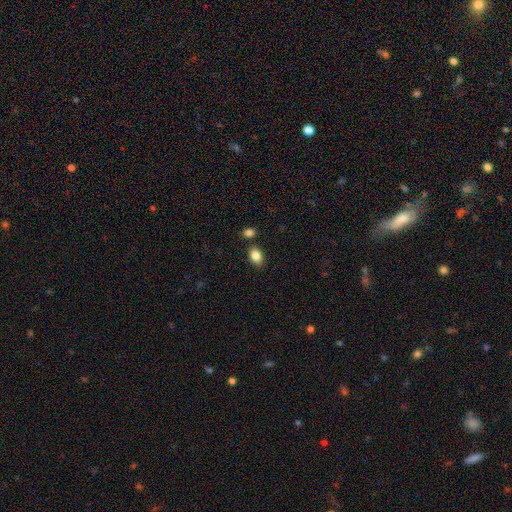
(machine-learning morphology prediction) Smooth or featured: smooth — 85% (star or artifact — 9%)
How rounded: in between — 82% (round — 17%)
Merging: none — 78% (minor disturbance — 12%)